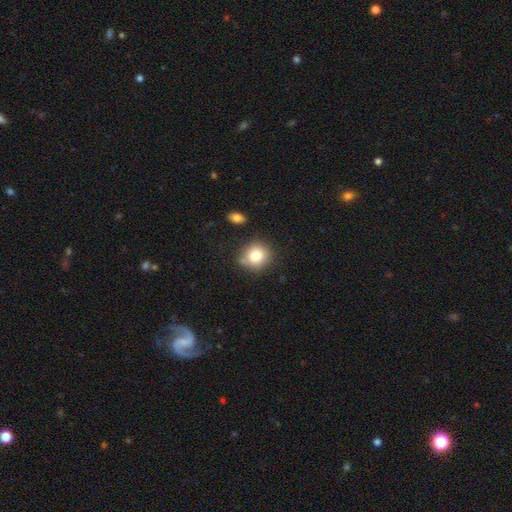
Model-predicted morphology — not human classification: type=smooth (79%); roundness=round (86%); merging=none (76%).